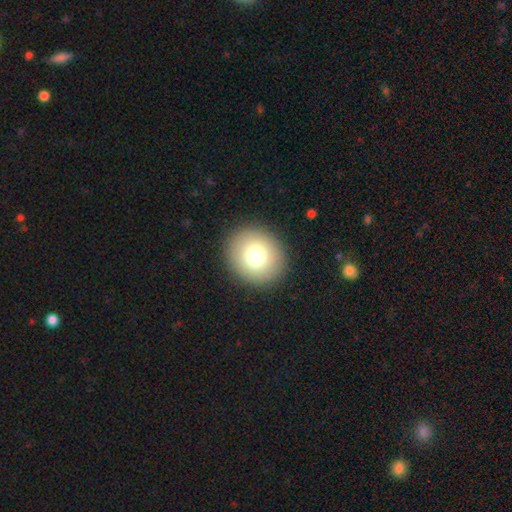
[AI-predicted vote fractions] A smooth galaxy with no disk features (77%) that is round (85%).

Vote fractions:
- Smooth or featured? smooth: 77% / featured or disk: 12% / star or artifact: 11%
- How rounded? round: 85% / in between: 14% / cigar-shaped: 1%
- Merging? none: 91% / minor disturbance: 6% / major disturbance: 2% / merger: 1%